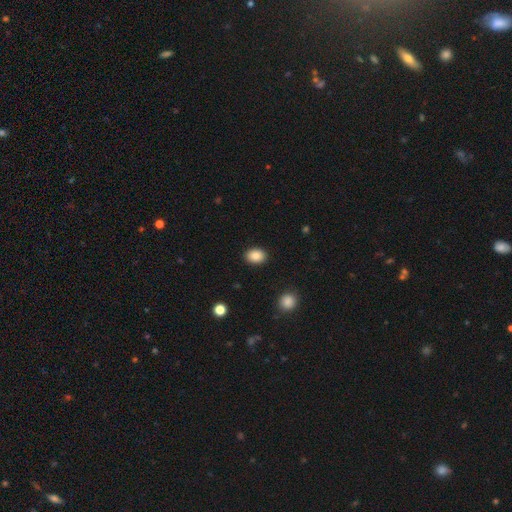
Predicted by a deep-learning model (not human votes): Smooth or featured?
  - smooth: 88% *
  - star or artifact: 8%
  - featured or disk: 4%
How rounded?
  - in between: 69% *
  - round: 30%
  - cigar-shaped: 1%
Merging?
  - none: 89% *
  - minor disturbance: 7%
  - major disturbance: 2%
  - merger: 1%